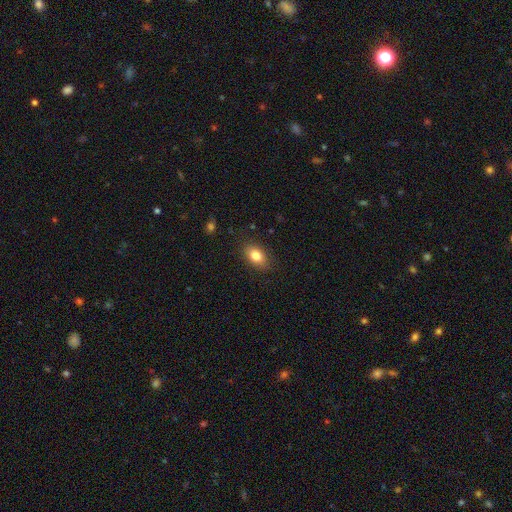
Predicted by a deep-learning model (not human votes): Smooth or featured?
  - smooth: 83% *
  - featured or disk: 9%
  - star or artifact: 9%
How rounded?
  - in between: 83% *
  - round: 15%
  - cigar-shaped: 2%
Merging?
  - none: 84% *
  - minor disturbance: 12%
  - major disturbance: 3%
  - merger: 1%